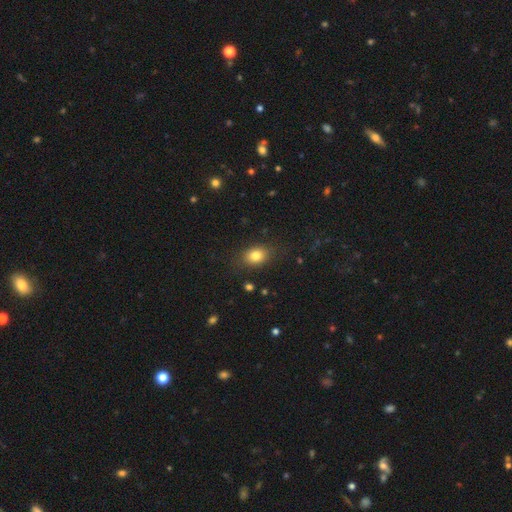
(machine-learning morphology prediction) A smooth galaxy with no disk features (81%) that is in between round and cigar-shaped (64%).

Vote fractions:
- Smooth or featured? smooth: 81% / star or artifact: 11% / featured or disk: 9%
- How rounded? in between: 64% / round: 34% / cigar-shaped: 1%
- Merging? none: 82% / minor disturbance: 13% / major disturbance: 4% / merger: 1%